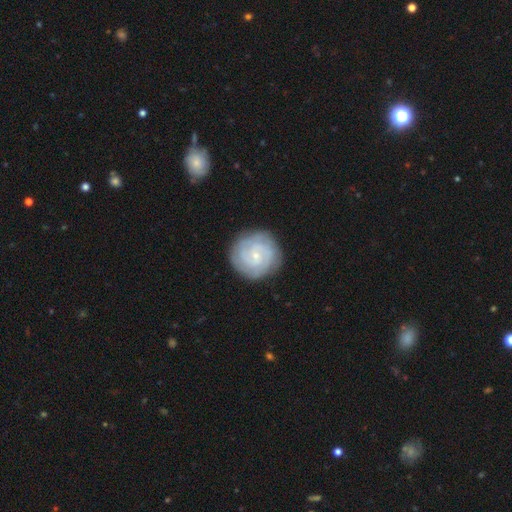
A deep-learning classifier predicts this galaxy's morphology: A featured or disk galaxy (80%) with no bar (69%), 2 (29%) tight (75%) spiral arms (95%) and a small central bulge (82%). Merging: none (85%).